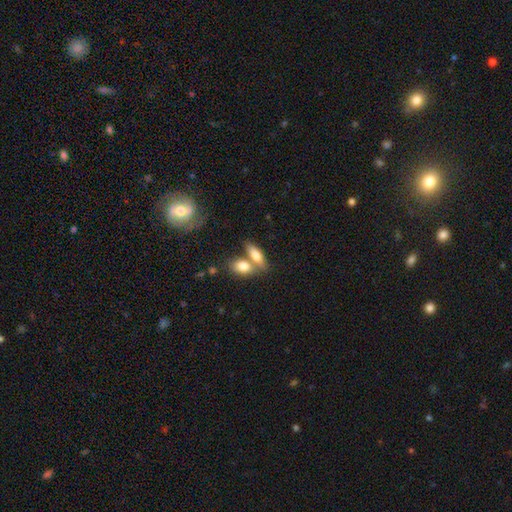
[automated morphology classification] A smooth galaxy with no disk features (75%) that is in between round and cigar-shaped (76%).

Vote fractions:
- Smooth or featured? smooth: 75% / featured or disk: 18% / star or artifact: 7%
- How rounded? in between: 76% / cigar-shaped: 18% / round: 6%
- Merging? merger: 47% / none: 40% / minor disturbance: 9% / major disturbance: 4%